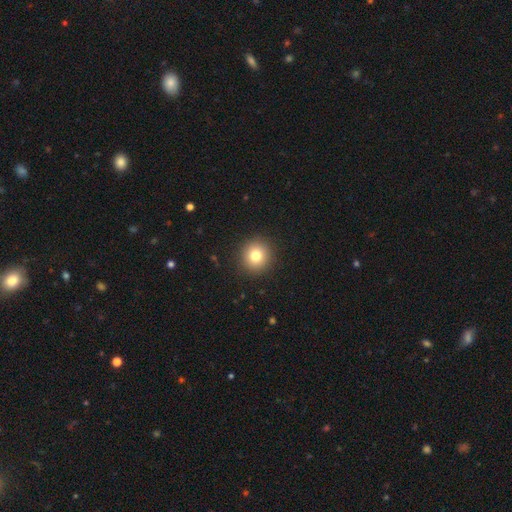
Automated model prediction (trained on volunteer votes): Smooth or featured? smooth (80%)
How rounded? round (93%)
Merging? none (92%)